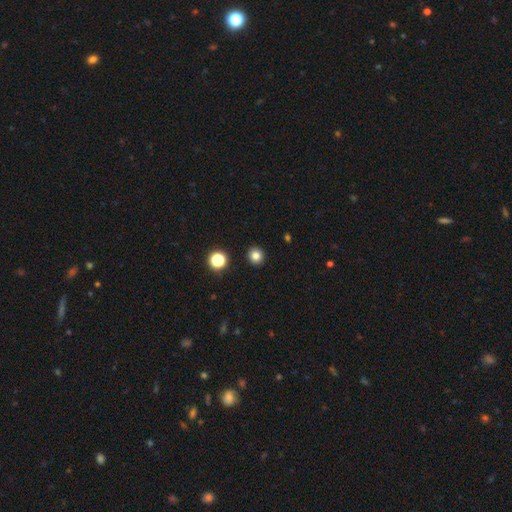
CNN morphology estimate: type=smooth (80%); roundness=round (89%); merging=none (92%).